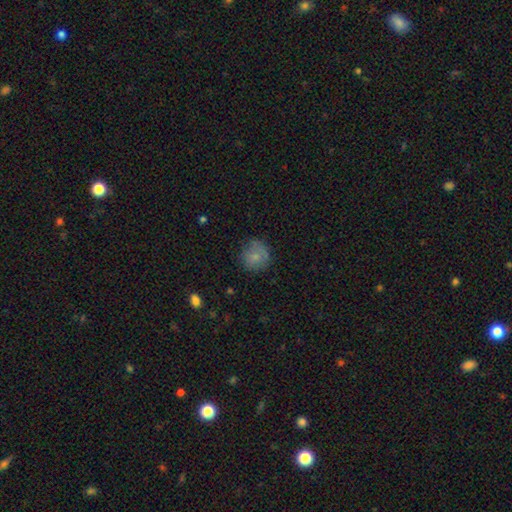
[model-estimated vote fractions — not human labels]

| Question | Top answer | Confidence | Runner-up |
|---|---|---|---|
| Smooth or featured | smooth | 75% | featured or disk (15%) |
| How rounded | round | 87% | in between (12%) |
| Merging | none | 70% | minor disturbance (21%) |